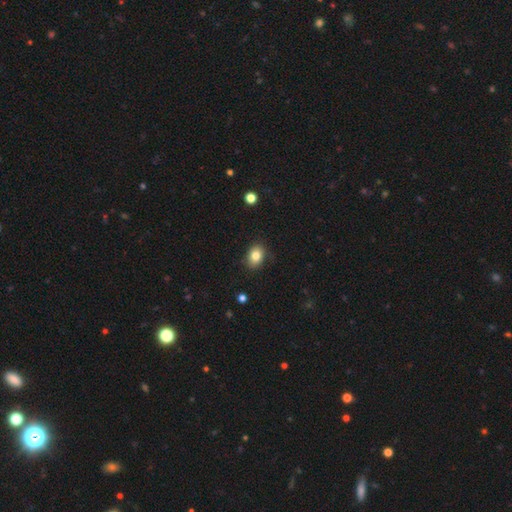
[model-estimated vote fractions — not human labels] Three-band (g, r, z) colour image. It shows a smooth galaxy with no disk features (83%) that is in between round and cigar-shaped (67%). Merging: none (85%).